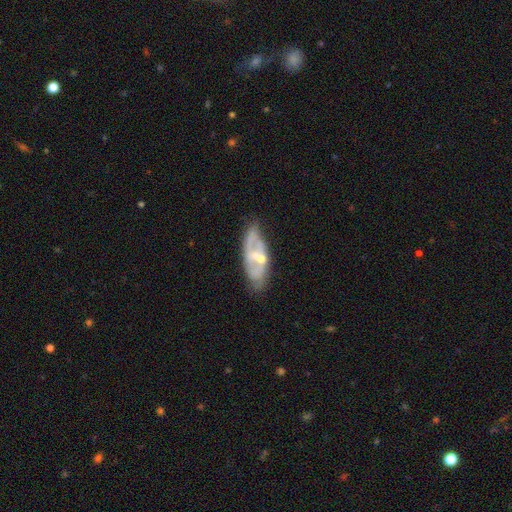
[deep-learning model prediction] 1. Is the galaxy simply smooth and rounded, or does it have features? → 69% featured or disk, 24% smooth, 7% star or artifact.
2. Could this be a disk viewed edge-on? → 85% no, 15% yes.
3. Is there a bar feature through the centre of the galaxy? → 55% no, 33% weak, 11% strong.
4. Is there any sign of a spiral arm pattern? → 56% yes, 44% no.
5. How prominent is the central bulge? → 54% small, 36% moderate, 7% none, 2% large, 1% dominant.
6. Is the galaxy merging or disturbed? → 56% none, 24% minor disturbance, 11% major disturbance, 9% merger.